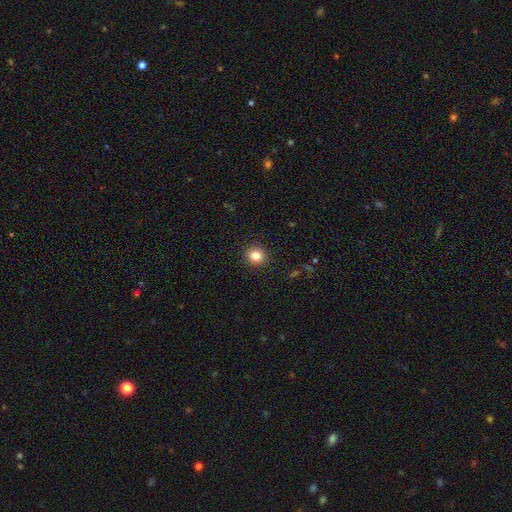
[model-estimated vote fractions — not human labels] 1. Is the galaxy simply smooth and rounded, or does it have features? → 83% smooth, 11% star or artifact, 6% featured or disk.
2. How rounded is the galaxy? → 87% round, 12% in between, 1% cigar-shaped.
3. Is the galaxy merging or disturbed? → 92% none, 5% minor disturbance, 2% major disturbance, 1% merger.